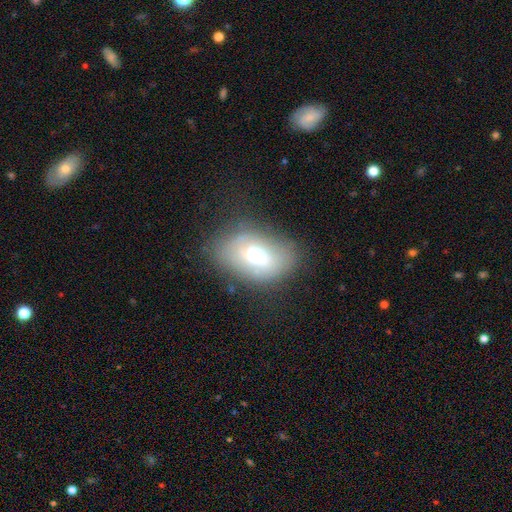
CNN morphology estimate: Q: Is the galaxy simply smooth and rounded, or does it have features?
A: smooth — 61%.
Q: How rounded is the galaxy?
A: in between — 89%.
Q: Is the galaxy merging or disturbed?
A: none — 63%.